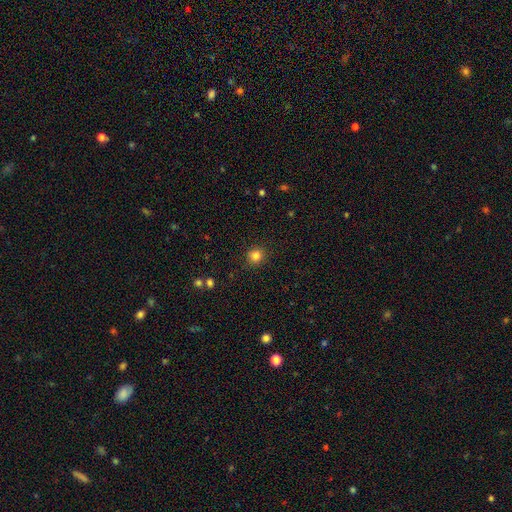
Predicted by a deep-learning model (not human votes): smooth-or-featured: smooth: 83% | star or artifact: 12% | featured or disk: 5%
  how-rounded: round: 90% | in between: 9% | cigar-shaped: 1%
  merging: none: 91% | minor disturbance: 6% | major disturbance: 2% | merger: 1%